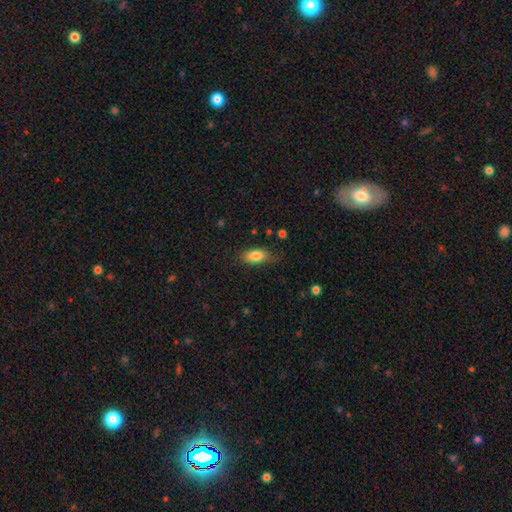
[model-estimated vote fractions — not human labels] Smooth or featured? Predicted: smooth (p=0.83). How rounded? Predicted: in between (p=0.87). Merging? Predicted: none (p=0.70).